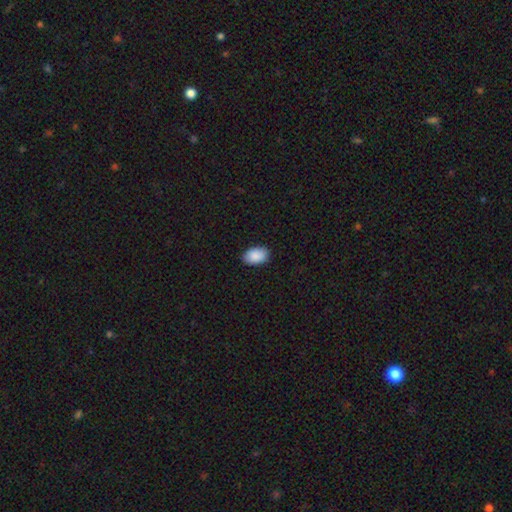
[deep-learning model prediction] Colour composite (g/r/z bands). It shows a smooth galaxy with no disk features (90%) that is in between round and cigar-shaped (91%). Merging: none (88%).